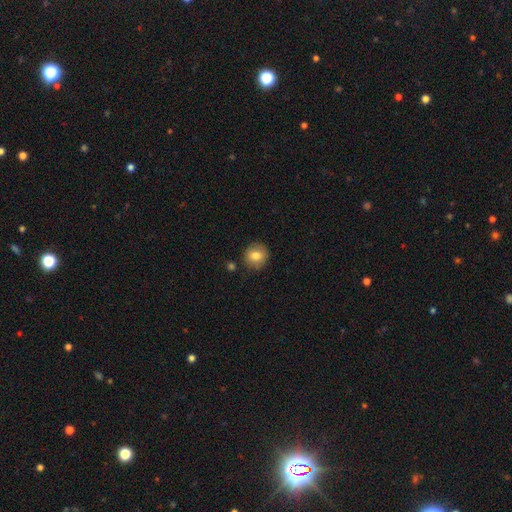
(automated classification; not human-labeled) A smooth galaxy with no disk features (80%) that is round (89%). Merging: none (85%).